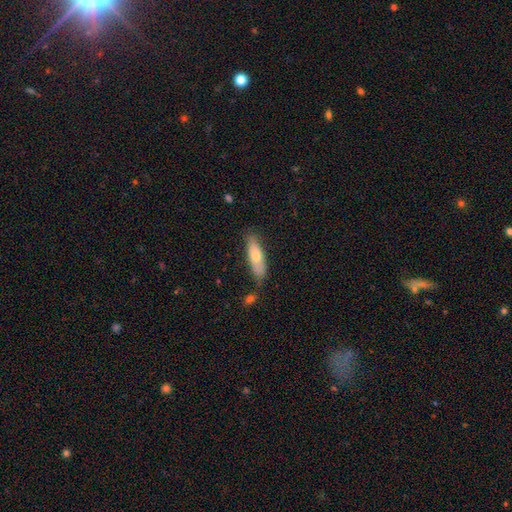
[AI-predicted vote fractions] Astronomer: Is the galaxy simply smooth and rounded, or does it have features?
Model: smooth — 65%.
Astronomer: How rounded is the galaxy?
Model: in between — 51% (runner-up: cigar-shaped, 47%).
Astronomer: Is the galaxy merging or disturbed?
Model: none — 73%.